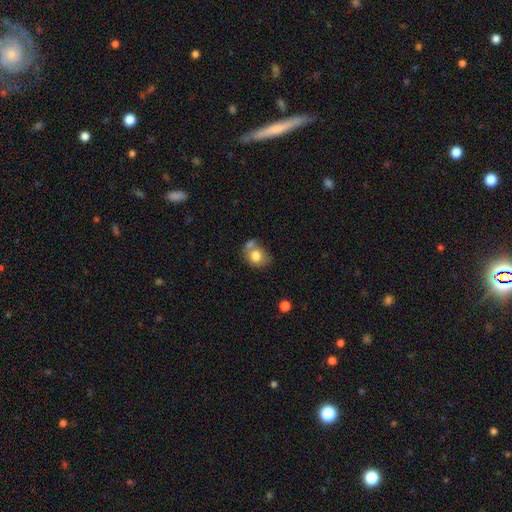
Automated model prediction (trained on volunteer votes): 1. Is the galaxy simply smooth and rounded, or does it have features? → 77% smooth, 14% featured or disk, 9% star or artifact.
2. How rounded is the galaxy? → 59% round, 40% in between, 1% cigar-shaped.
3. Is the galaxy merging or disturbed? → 42% none, 33% merger, 18% minor disturbance, 7% major disturbance.